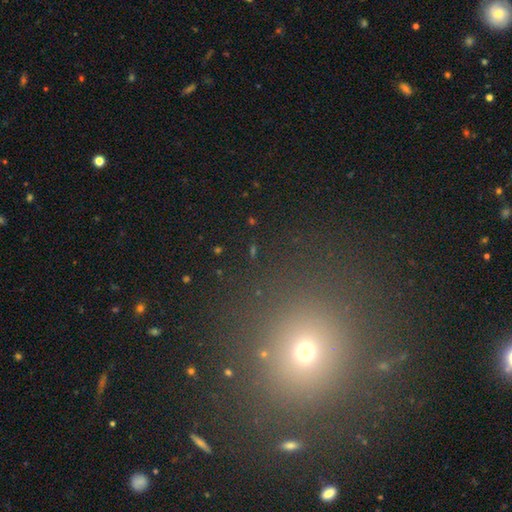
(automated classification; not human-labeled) Overall: smooth (50%; star or artifact 43%). Merging: none (88%).